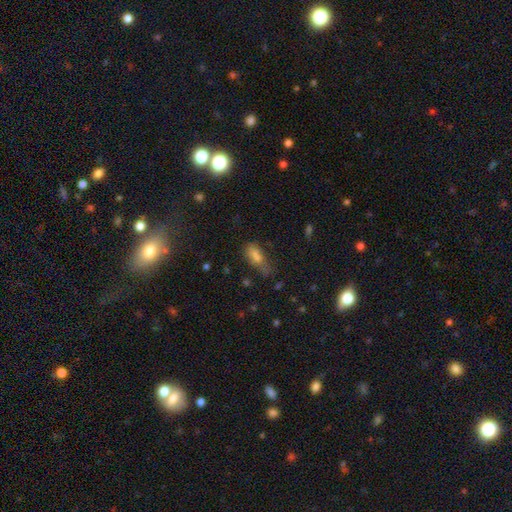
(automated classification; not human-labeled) The model was most divided on "merging": none: 40%, minor disturbance: 26%, major disturbance: 18%, merger: 15%. More confident: how rounded — in between (73%); smooth or featured — smooth (58%).